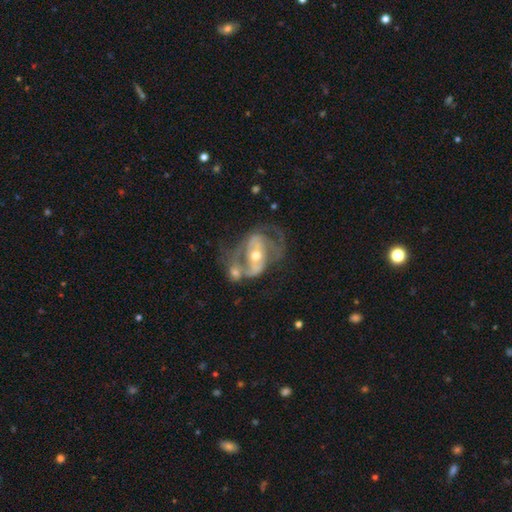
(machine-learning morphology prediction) This is clearly a featured or disk galaxy (83%). It is clearly not viewed edge-on (96%). Bar: marginally weak (35%, tied with strong). Spiral arm pattern: likely yes (76%). Spiral arm count: likely 2 (70%). Spiral winding: possibly medium (46%). Central bulge: likely moderate (70%). Merging: marginally none (30%).